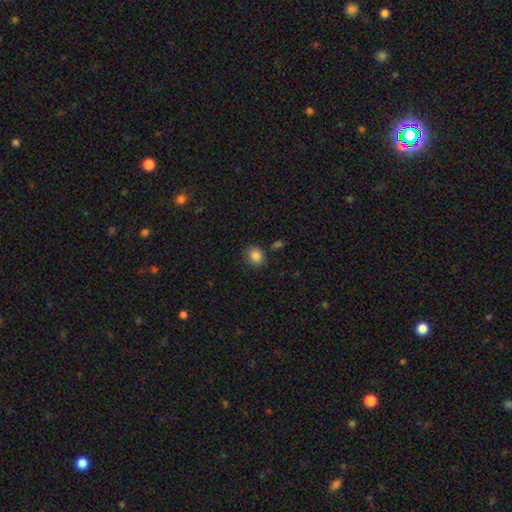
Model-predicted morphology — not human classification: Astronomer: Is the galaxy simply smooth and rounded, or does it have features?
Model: smooth — 85%.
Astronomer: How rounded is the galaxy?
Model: round — 79%.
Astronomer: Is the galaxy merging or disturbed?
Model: none — 83%.